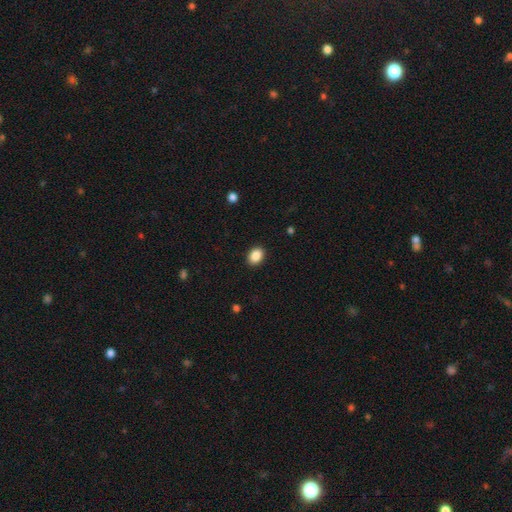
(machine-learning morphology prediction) A smooth galaxy with no disk features (88%) that is in between round and cigar-shaped (63%). Merging: none (90%).